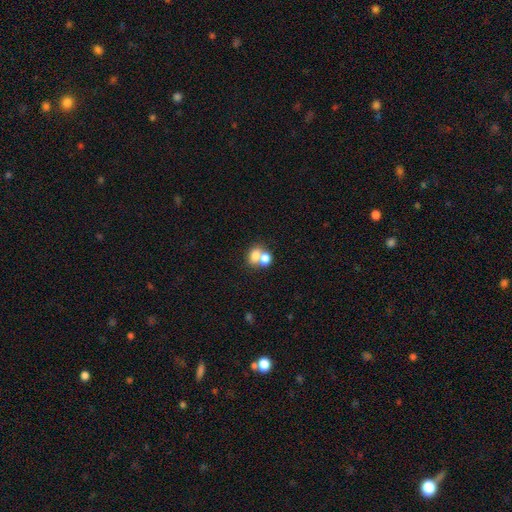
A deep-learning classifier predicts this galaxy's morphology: smooth_or_featured: smooth (p=0.75) [alt: featured or disk p=0.15]
how_rounded: in between (p=0.61) [alt: round p=0.38]
merging: merger (p=0.61) [alt: none p=0.28]